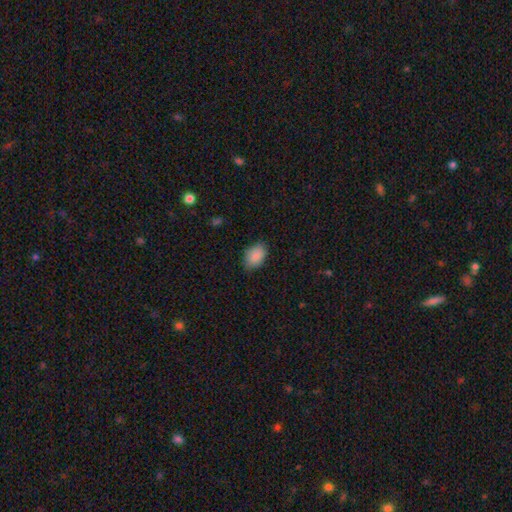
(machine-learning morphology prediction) Q: Smooth or featured?
A: smooth (89%); runner-up: star or artifact (7%)
Q: How rounded?
A: in between (87%); runner-up: round (12%)
Q: Merging?
A: none (82%); runner-up: minor disturbance (14%)